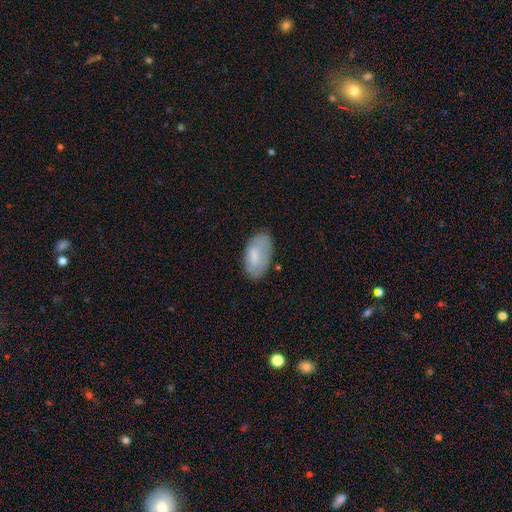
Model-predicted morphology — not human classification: Smooth or featured: smooth — 74% (featured or disk — 19%)
How rounded: in between — 94% (round — 3%)
Merging: none — 72% (minor disturbance — 21%)